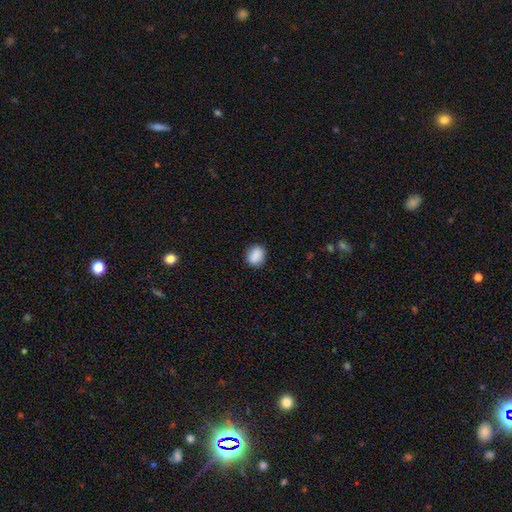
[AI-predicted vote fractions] Smooth or featured: smooth — 89% (star or artifact — 8%)
How rounded: round — 57% (in between — 42%)
Merging: none — 86% (minor disturbance — 10%)